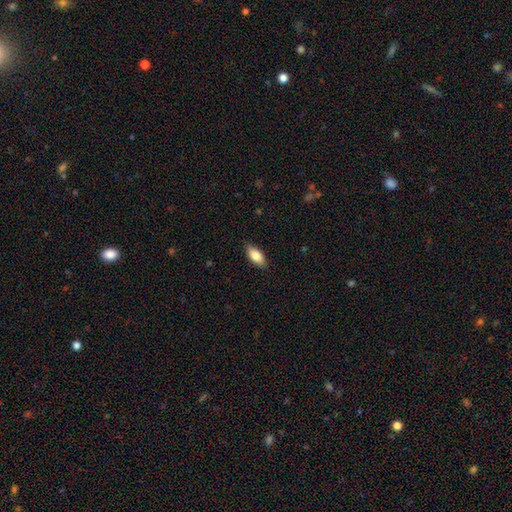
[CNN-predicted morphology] type=smooth (81%); roundness=in between (87%); merging=none (86%).